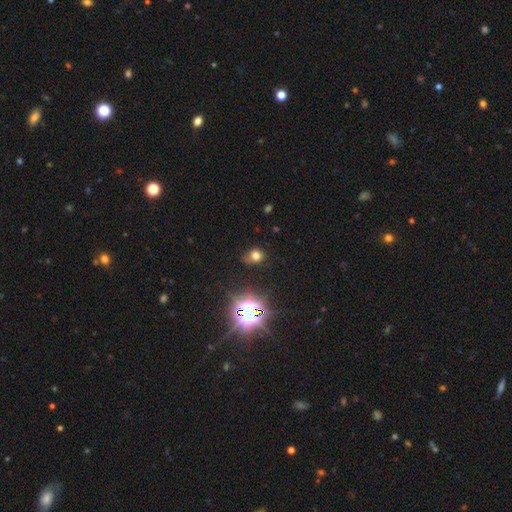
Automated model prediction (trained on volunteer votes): Smooth or featured? smooth (67%)
How rounded? round (59%)
Merging? none (61%)